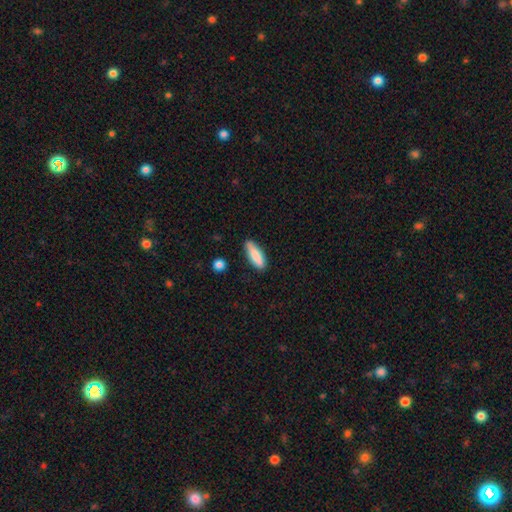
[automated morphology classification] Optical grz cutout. It shows a smooth galaxy with no disk features (84%) that is in between round and cigar-shaped (50%). Merging: none (76%).